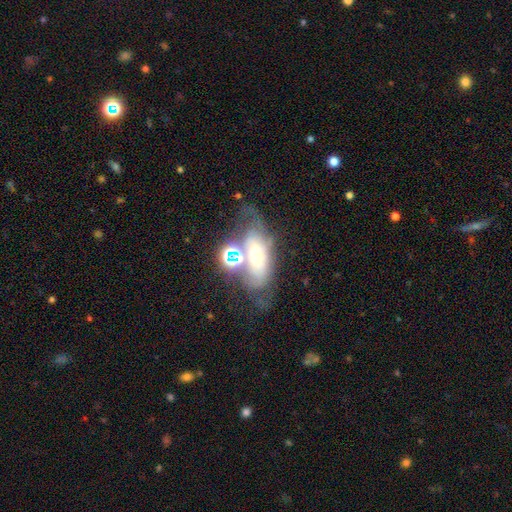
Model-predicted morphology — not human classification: This is possibly a featured or disk galaxy (52%). It is clearly not viewed edge-on (82%). Merging: marginally none (35%).